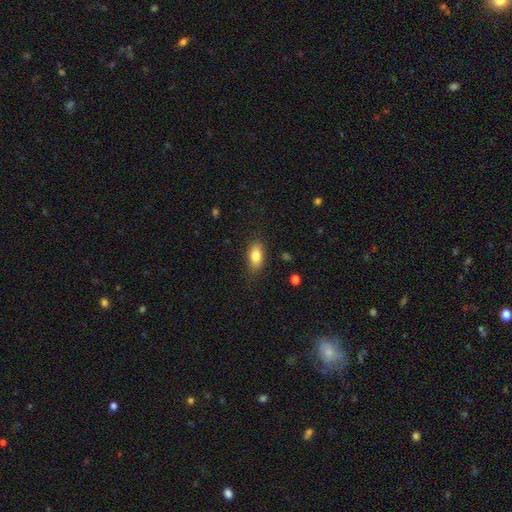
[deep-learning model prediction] Overall: smooth (83%). How rounded: in between (87%). Merging: none (82%).